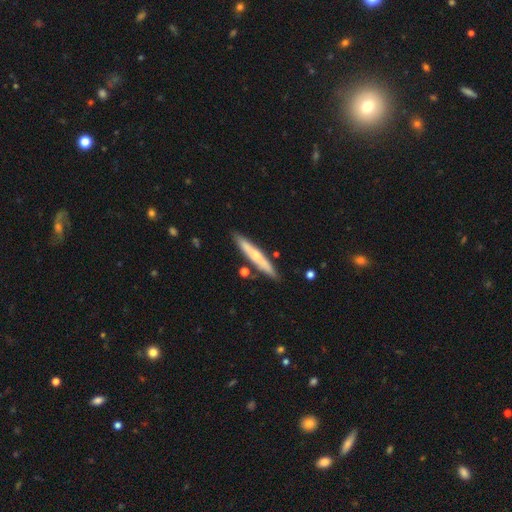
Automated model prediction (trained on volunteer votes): Smooth or featured: smooth — 52% (featured or disk — 42%)
How rounded: cigar-shaped — 93% (in between — 5%)
Merging: none — 84% (minor disturbance — 10%)